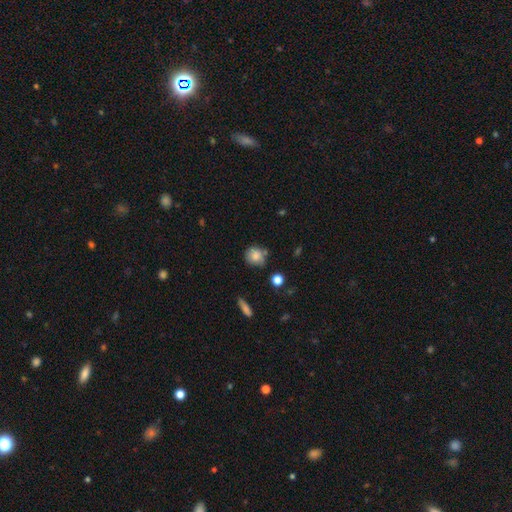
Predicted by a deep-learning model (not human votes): The model was most divided on "merging": none: 66%, minor disturbance: 21%, merger: 8%, major disturbance: 5%. More confident: how rounded — round (82%); smooth or featured — smooth (79%).